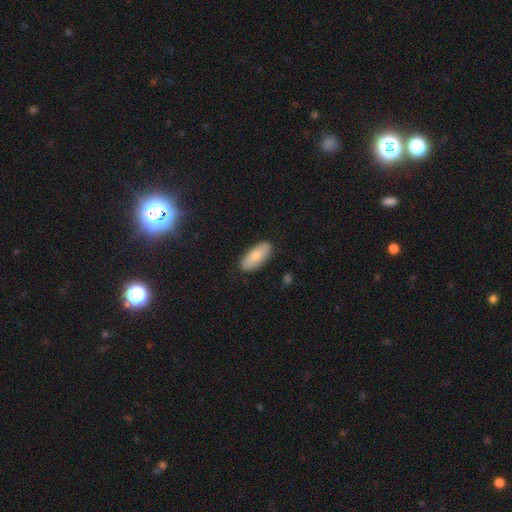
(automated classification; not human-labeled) Overall: smooth (76%). How rounded: in between (87%). Merging: none (86%).